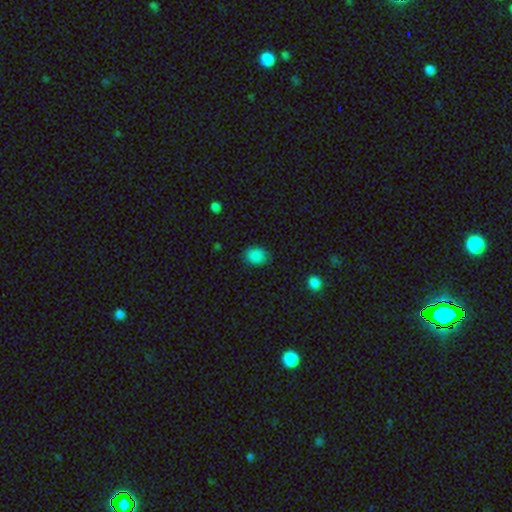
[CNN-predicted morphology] Smooth or featured?
  - smooth: 87% *
  - star or artifact: 10%
  - featured or disk: 3%
How rounded?
  - in between: 55% *
  - round: 44%
  - cigar-shaped: 1%
Merging?
  - none: 83% *
  - minor disturbance: 13%
  - major disturbance: 3%
  - merger: 1%